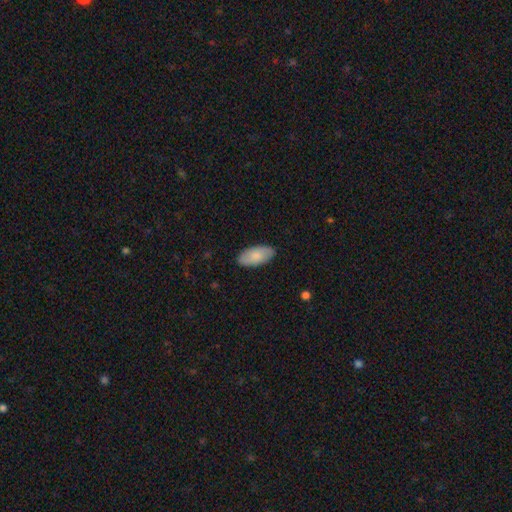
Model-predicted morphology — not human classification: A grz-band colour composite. It shows a smooth galaxy with no disk features (83%) that is in between round and cigar-shaped (93%). Merging: none (87%).